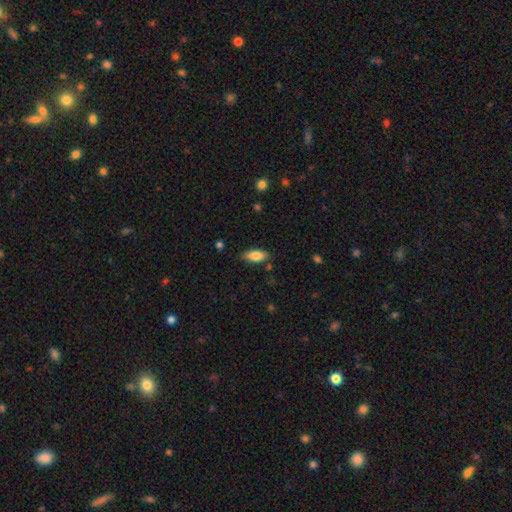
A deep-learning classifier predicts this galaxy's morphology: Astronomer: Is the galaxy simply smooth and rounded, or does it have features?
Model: smooth — 82%.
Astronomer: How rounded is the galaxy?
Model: in between — 84%.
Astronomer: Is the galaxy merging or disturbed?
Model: none — 82%.